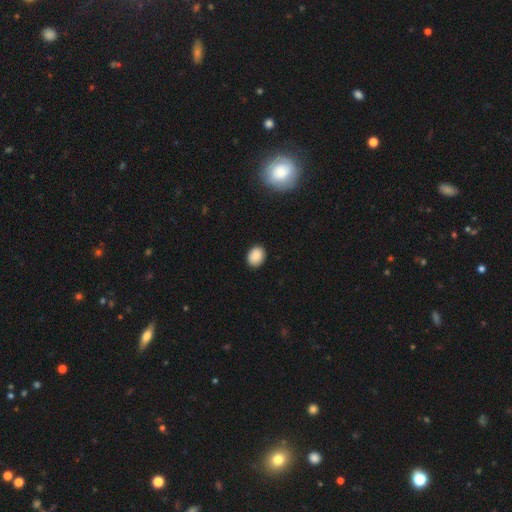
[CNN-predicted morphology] Smooth or featured? smooth (89%)
How rounded? in between (60%)
Merging? none (89%)